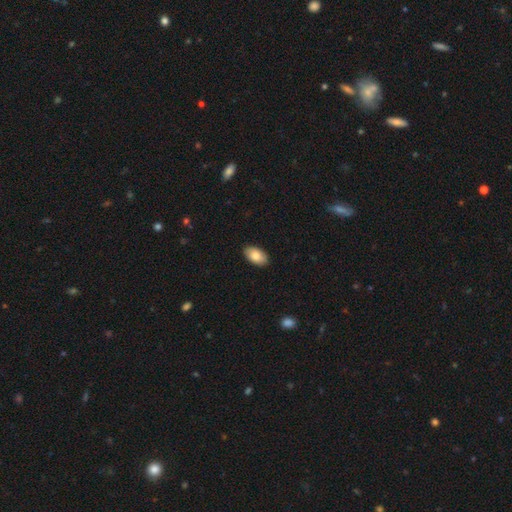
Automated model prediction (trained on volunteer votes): smooth_or_featured: smooth (p=0.85) [alt: featured or disk p=0.09]
how_rounded: in between (p=0.95) [alt: round p=0.04]
merging: none (p=0.89) [alt: minor disturbance p=0.09]